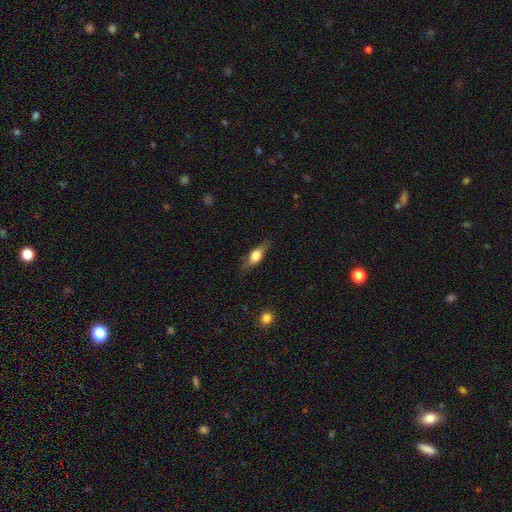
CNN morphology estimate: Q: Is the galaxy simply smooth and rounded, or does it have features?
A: smooth — 51%.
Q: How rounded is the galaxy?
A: in between — 59%.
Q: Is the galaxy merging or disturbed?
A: none — 76%.